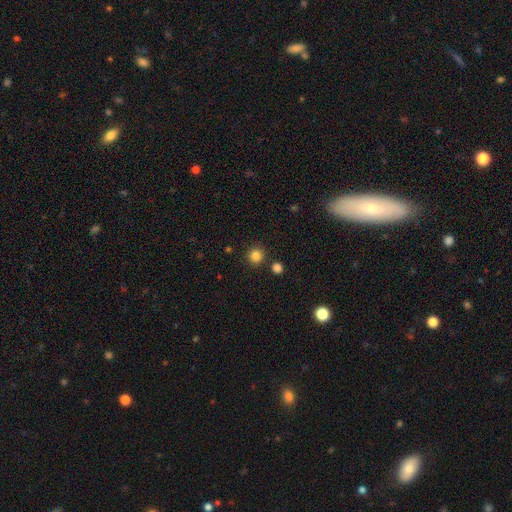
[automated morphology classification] This is clearly a smooth galaxy (83%). How rounded: clearly round (94%). Merging: clearly none (88%).